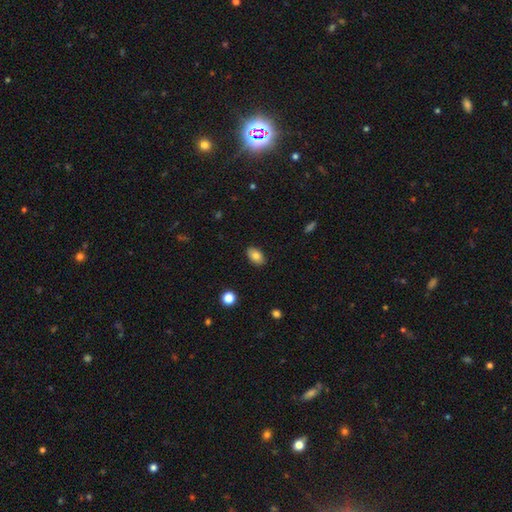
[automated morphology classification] type=smooth (81%); roundness=in between (89%); merging=none (87%).